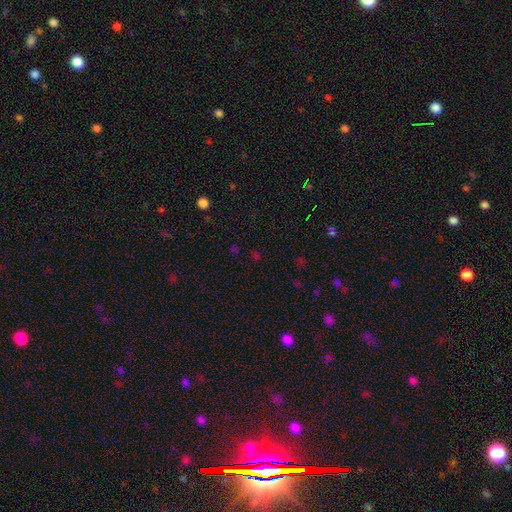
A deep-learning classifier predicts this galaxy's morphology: The model was most divided on "smooth or featured": star or artifact: 56%, smooth: 37%, featured or disk: 7%.